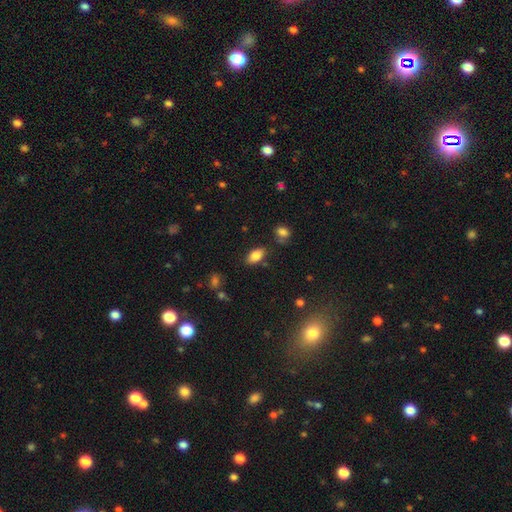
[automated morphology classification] Q: Smooth or featured?
A: smooth (85%); runner-up: star or artifact (8%)
Q: How rounded?
A: in between (92%); runner-up: round (4%)
Q: Merging?
A: none (80%); runner-up: minor disturbance (13%)